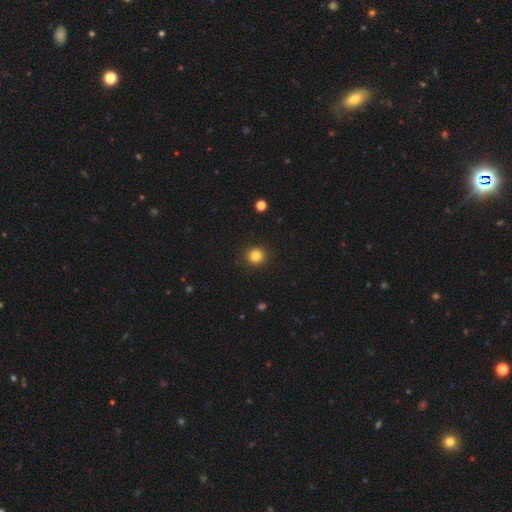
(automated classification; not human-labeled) Smooth or featured? Predicted: smooth (p=0.83). How rounded? Predicted: round (p=0.92). Merging? Predicted: none (p=0.92).